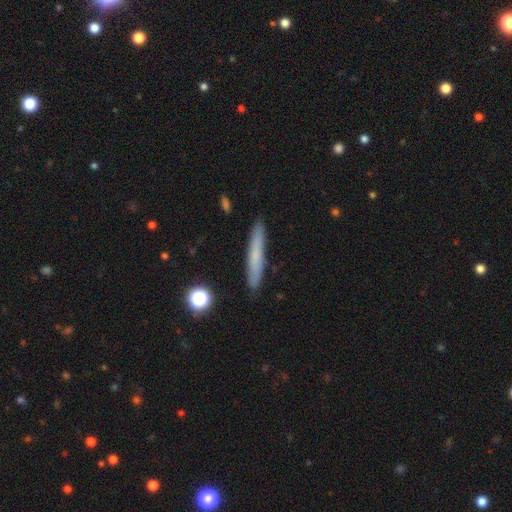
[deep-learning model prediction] Morphology: type=smooth (66%); roundness=cigar-shaped (95%); merging=none (90%).